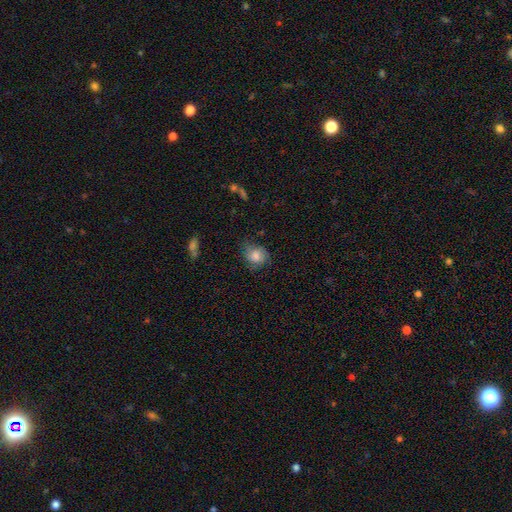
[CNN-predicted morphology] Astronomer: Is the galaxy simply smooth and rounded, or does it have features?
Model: smooth — 75%.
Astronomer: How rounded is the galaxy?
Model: round — 67%.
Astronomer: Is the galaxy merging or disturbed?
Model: none — 60%.